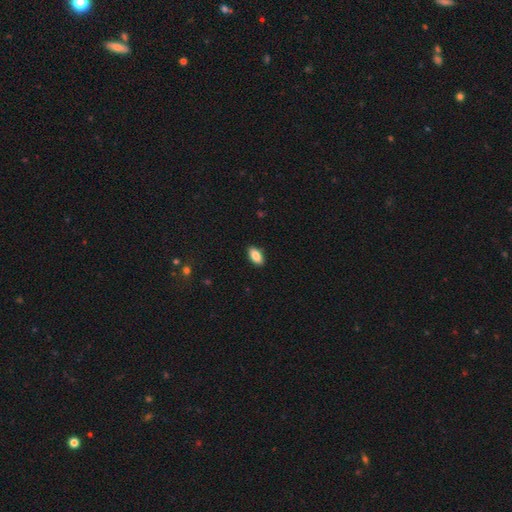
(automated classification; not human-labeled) A smooth galaxy with no disk features (86%) that is in between round and cigar-shaped (92%). Merging: none (90%).